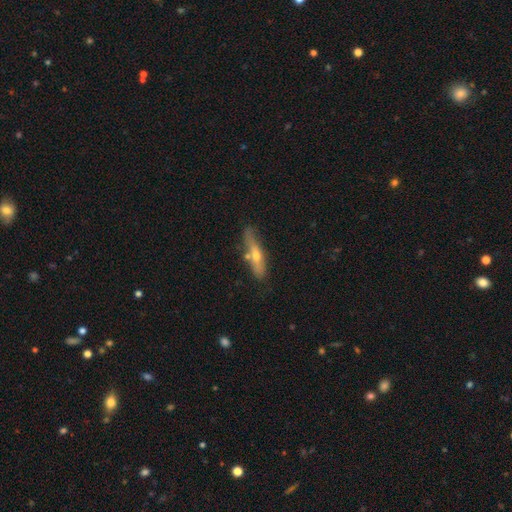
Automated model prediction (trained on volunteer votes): Overall: featured or disk (50%; smooth 43%). Edge-on disk: yes (81%). Merging: none (65%).